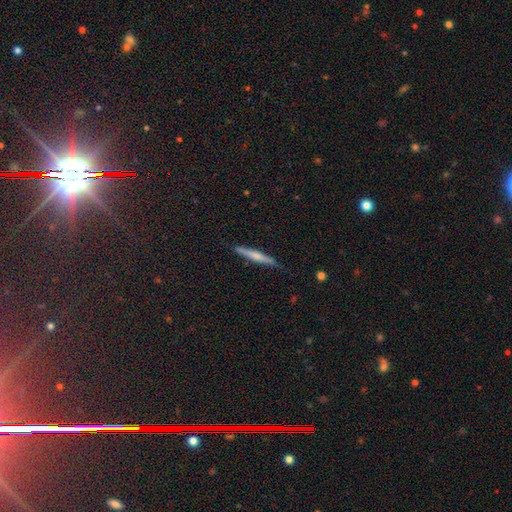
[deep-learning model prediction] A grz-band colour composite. It shows a smooth galaxy with no disk features (47%, tied with featured or disk). Merging: none (87%).